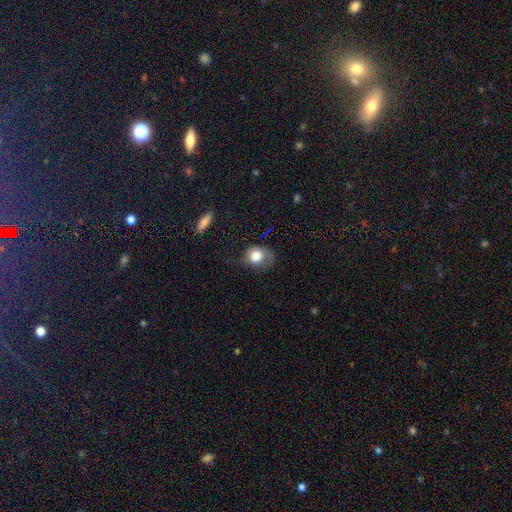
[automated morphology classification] Smooth or featured: smooth — 77% (featured or disk — 14%)
How rounded: round — 65% (in between — 34%)
Merging: none — 42% (minor disturbance — 33%)